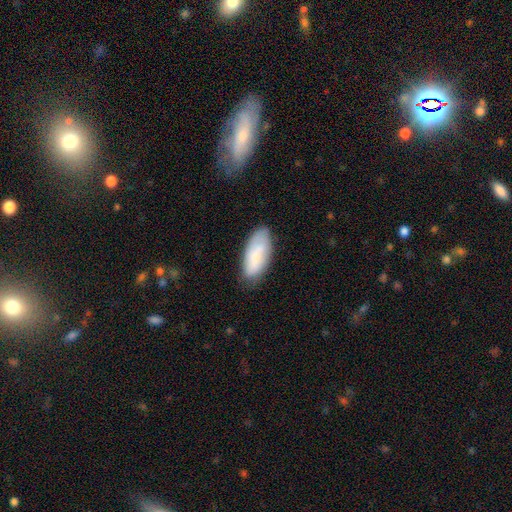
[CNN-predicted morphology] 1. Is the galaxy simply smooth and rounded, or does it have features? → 73% smooth, 20% featured or disk, 7% star or artifact.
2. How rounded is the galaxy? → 87% in between, 12% cigar-shaped, 2% round.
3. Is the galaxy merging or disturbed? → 74% none, 19% minor disturbance, 4% major disturbance, 2% merger.